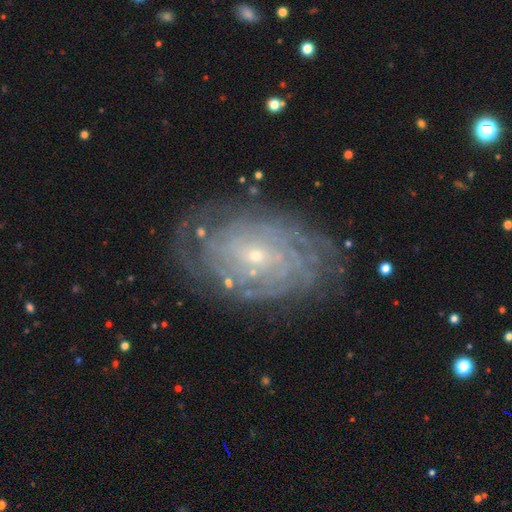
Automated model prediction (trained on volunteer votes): The model was most divided on "spiral arm count": can't tell: 41%, more than 4: 19%, 4: 15%, 2: 9%, 3: 9%, 1: 7%. More confident: edge-on disk — no (96%); spiral arms — yes (95%); smooth or featured — featured or disk (85%); bulge size — small (83%); spiral winding — tight (81%); merging — none (79%); bar — no (63%).